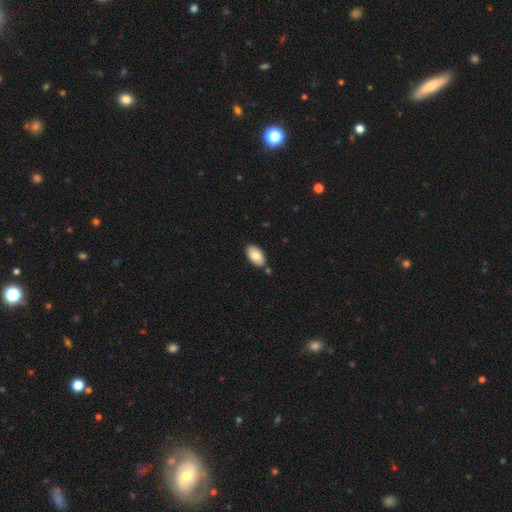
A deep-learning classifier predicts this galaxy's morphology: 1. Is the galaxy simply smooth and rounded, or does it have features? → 83% smooth, 11% featured or disk, 6% star or artifact.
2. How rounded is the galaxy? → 95% in between, 3% round, 2% cigar-shaped.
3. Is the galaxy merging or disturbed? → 82% none, 11% minor disturbance, 5% merger, 2% major disturbance.